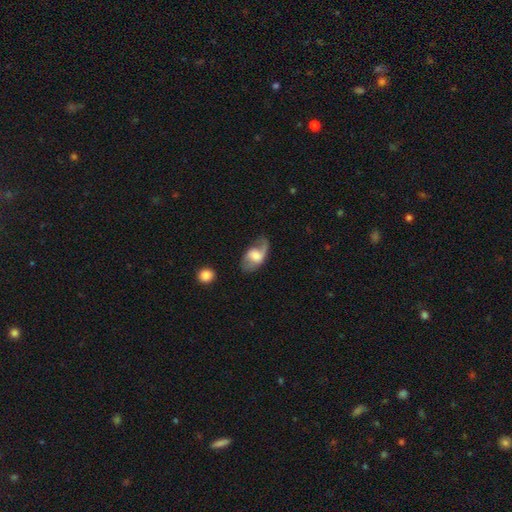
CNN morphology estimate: Smooth or featured?
  - featured or disk: 60% *
  - smooth: 32%
  - star or artifact: 7%
Edge-on disk?
  - no: 94% *
  - yes: 6%
Bar?
  - weak: 45% *
  - no: 37%
  - strong: 17%
Spiral arms?
  - yes: 85% *
  - no: 15%
Bulge size?
  - moderate: 38% *
  - large: 24%
  - small: 23%
  - none: 11%
  - dominant: 3%
Merging?
  - none: 48% *
  - minor disturbance: 26%
  - major disturbance: 23%
  - merger: 3%